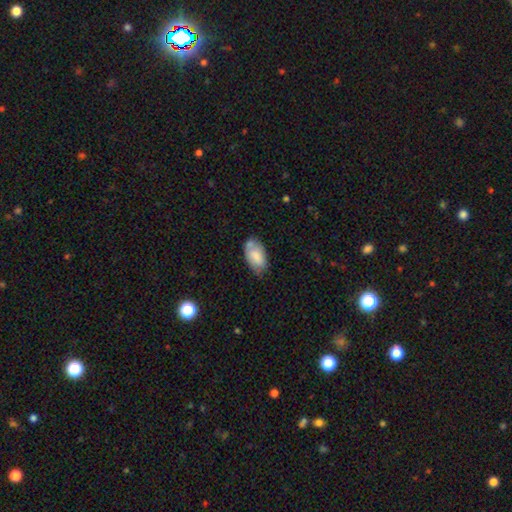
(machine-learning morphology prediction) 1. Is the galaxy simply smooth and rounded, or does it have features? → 74% smooth, 19% featured or disk, 7% star or artifact.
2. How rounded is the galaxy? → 94% in between, 4% round, 2% cigar-shaped.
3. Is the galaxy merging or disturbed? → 57% none, 29% minor disturbance, 8% merger, 6% major disturbance.